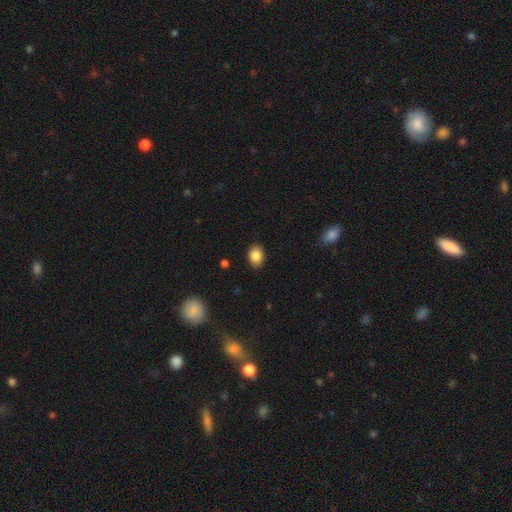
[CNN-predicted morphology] The model was most divided on "how rounded": in between: 75%, round: 24%, cigar-shaped: 1%. More confident: merging — none (88%); smooth or featured — smooth (85%).